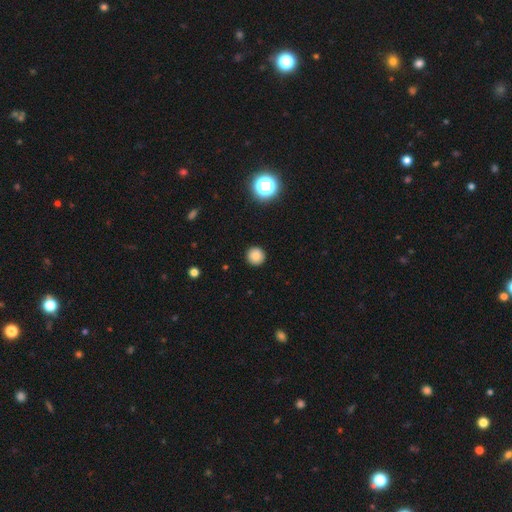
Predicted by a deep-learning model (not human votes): Smooth or featured? smooth (82%)
How rounded? round (96%)
Merging? none (92%)